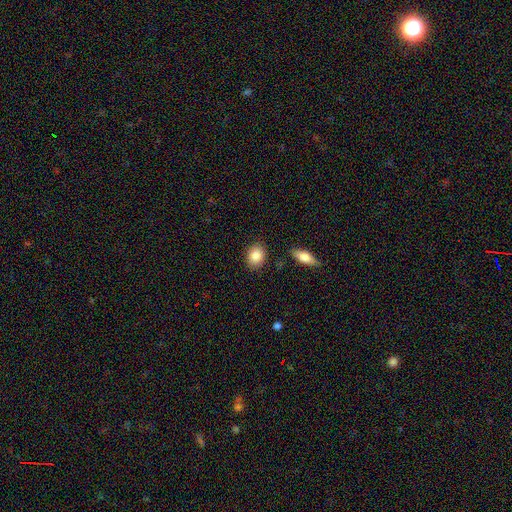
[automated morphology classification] Q: Smooth or featured?
A: smooth (86%); runner-up: featured or disk (7%)
Q: How rounded?
A: in between (55%); runner-up: round (44%)
Q: Merging?
A: none (86%); runner-up: minor disturbance (9%)